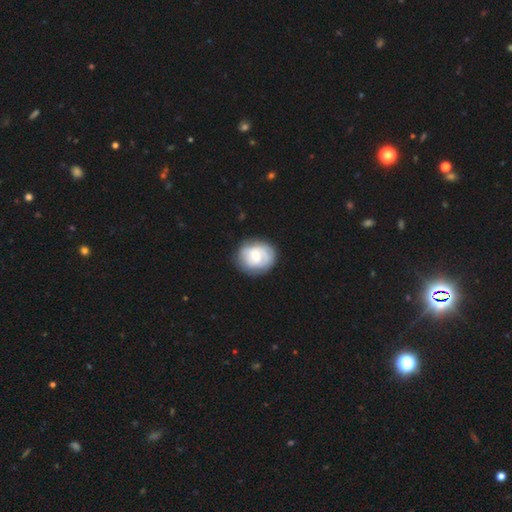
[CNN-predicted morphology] A featured or disk galaxy (54%) with no bar (63%), spiral arms (73%) and a moderate central bulge (52%). Merging: none (75%).